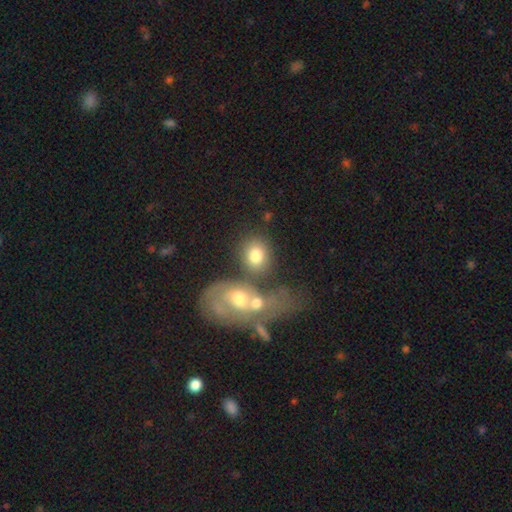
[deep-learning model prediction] Smooth or featured: smooth — 71% (featured or disk — 20%)
How rounded: round — 54% (in between — 45%)
Merging: none — 47% (merger — 32%)